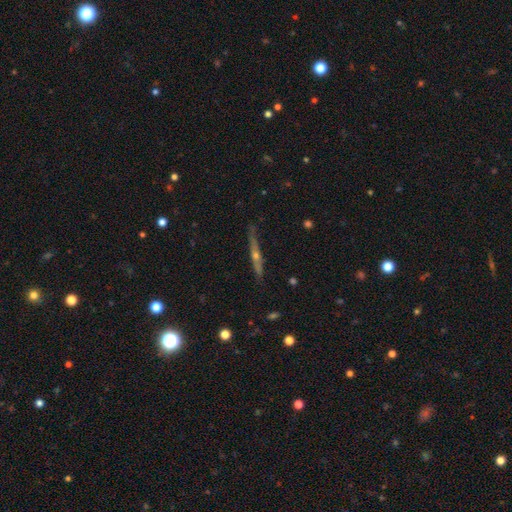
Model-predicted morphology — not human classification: A featured or disk galaxy (73%) viewed edge-on (96%) with a rounded central bulge (86%). Merging: none (85%).